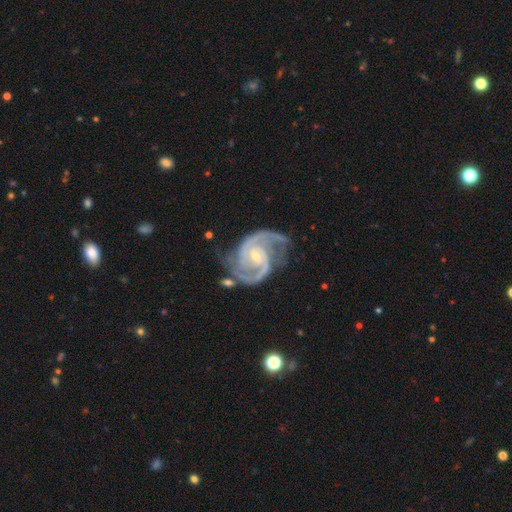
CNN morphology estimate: A featured or disk galaxy (93%) with no bar (48%), 2 (84%) medium (56%) spiral arms (99%) and a small central bulge (67%).

Vote fractions:
- Smooth or featured? featured or disk: 93% / star or artifact: 5% / smooth: 3%
- Edge-on disk? no: 98% / yes: 2%
- Bar? no: 48% / weak: 39% / strong: 14%
- Spiral arms? yes: 99% / no: 1%
- Spiral winding? medium: 56% / tight: 34% / loose: 10%
- Spiral arm count? 2: 84% / 3: 7% / can't tell: 3% / 4: 2% / 1: 2% / more than 4: 2%
- Bulge size? small: 67% / moderate: 29% / none: 2% / large: 1% / dominant: 1%
- Merging? none: 65% / minor disturbance: 21% / major disturbance: 10% / merger: 4%